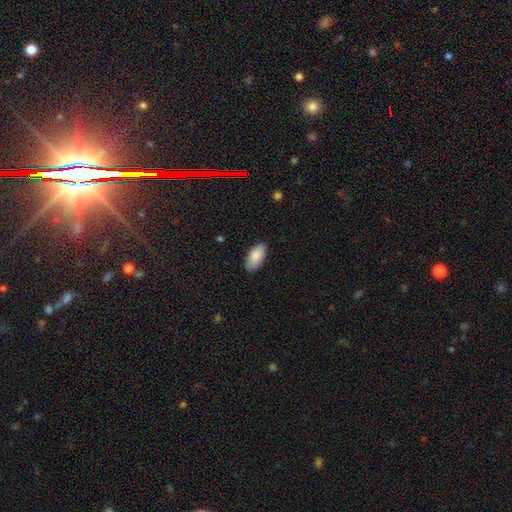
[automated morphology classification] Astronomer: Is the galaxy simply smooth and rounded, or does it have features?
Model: smooth — 87%.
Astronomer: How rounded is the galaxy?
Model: in between — 94%.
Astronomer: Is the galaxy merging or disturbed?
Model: none — 86%.